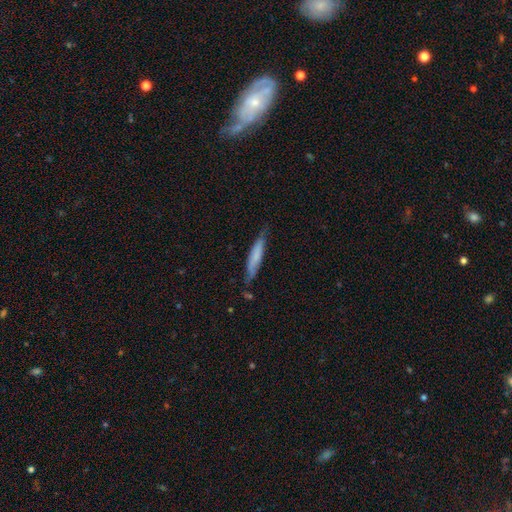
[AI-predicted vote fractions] Overall: smooth (64%; featured or disk 30%). How rounded: cigar-shaped (88%). Merging: none (68%).